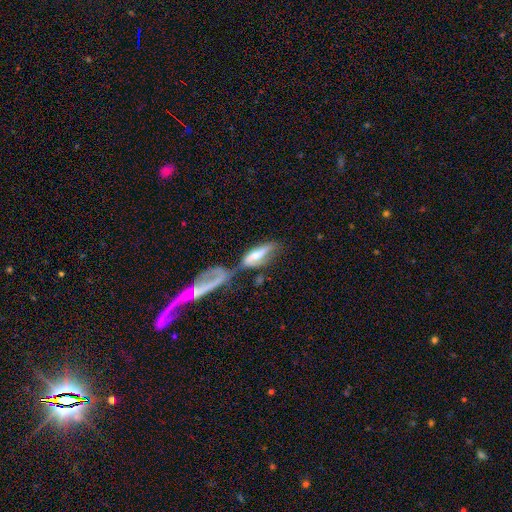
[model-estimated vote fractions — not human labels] smooth-or-featured: featured or disk: 48% | smooth: 44% | star or artifact: 7%
  merging: merger: 53% | none: 19% | major disturbance: 16% | minor disturbance: 12%